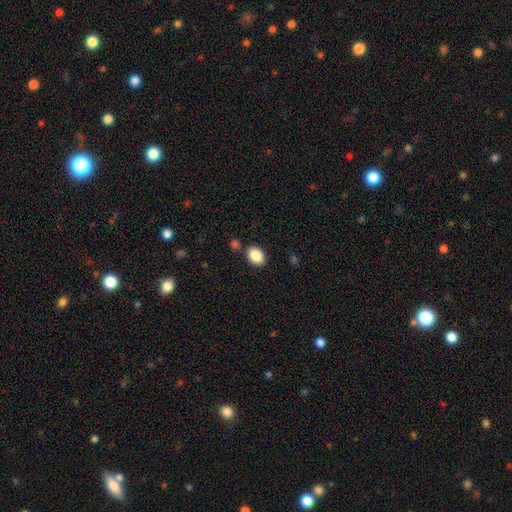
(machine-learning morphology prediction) Q: Smooth or featured?
A: smooth (88%); runner-up: star or artifact (8%)
Q: How rounded?
A: in between (71%); runner-up: round (28%)
Q: Merging?
A: none (83%); runner-up: minor disturbance (9%)